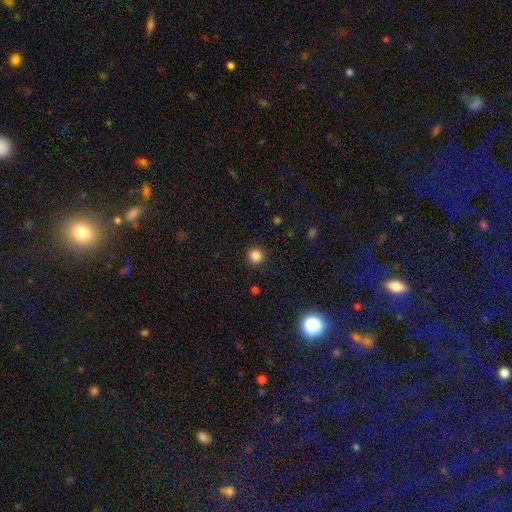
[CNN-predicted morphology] smooth_or_featured: smooth (p=0.85) [alt: star or artifact p=0.11]
how_rounded: round (p=0.95) [alt: in between p=0.04]
merging: none (p=0.92) [alt: minor disturbance p=0.05]